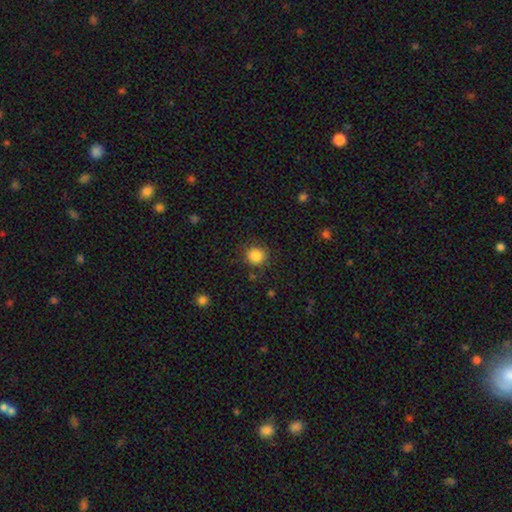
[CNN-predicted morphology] This appears to be a smooth galaxy with no disk features (85%) that is round (90%). Merging: none (85%).